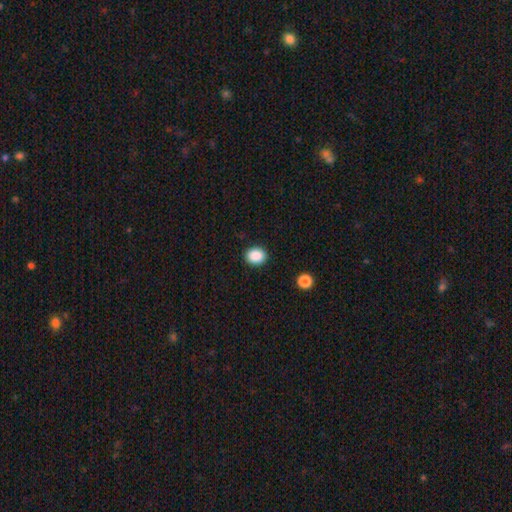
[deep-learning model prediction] The model was most divided on "how rounded": round: 59%, in between: 41%, cigar-shaped: 1%. More confident: merging — none (90%); smooth or featured — smooth (88%).